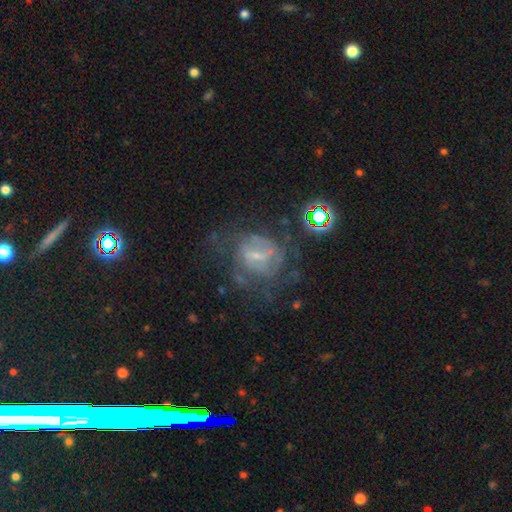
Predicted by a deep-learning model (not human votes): This appears to be a featured or disk galaxy (67%) with a weak bar (51%), spiral arms (66%) and a small central bulge (67%). Merging: none (49%).